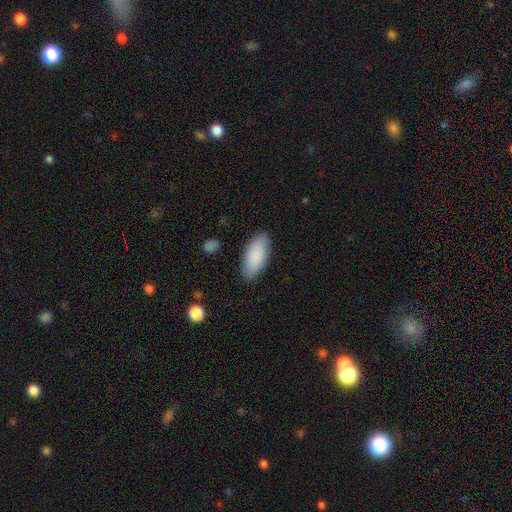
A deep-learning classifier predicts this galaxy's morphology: smooth-or-featured: smooth: 89% | featured or disk: 6% | star or artifact: 5%
  how-rounded: in between: 87% | cigar-shaped: 11% | round: 2%
  merging: none: 87% | minor disturbance: 9% | major disturbance: 2% | merger: 1%